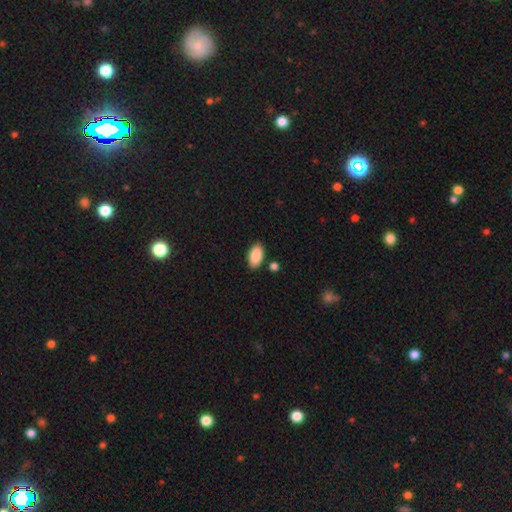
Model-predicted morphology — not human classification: Smooth or featured: smooth — 89% (star or artifact — 6%)
How rounded: in between — 95% (round — 3%)
Merging: none — 84% (minor disturbance — 9%)